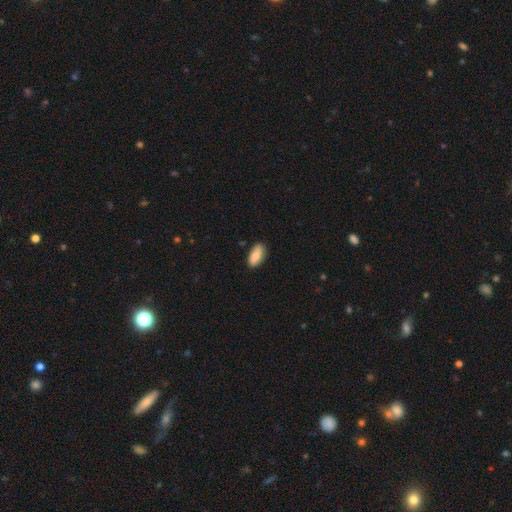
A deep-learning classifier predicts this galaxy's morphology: Smooth or featured? smooth (87%)
How rounded? in between (90%)
Merging? none (84%)